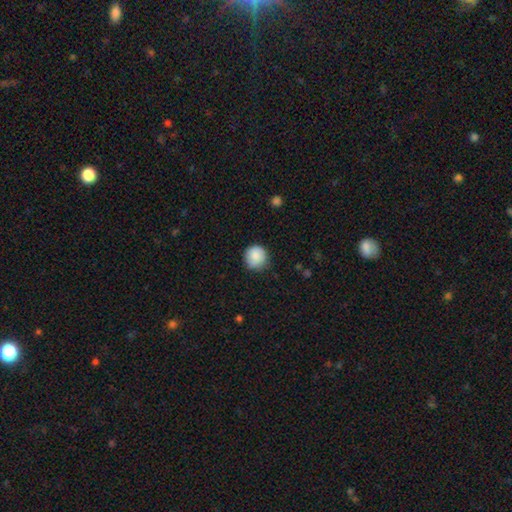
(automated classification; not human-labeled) Overall: smooth (86%). How rounded: round (93%). Merging: none (82%).